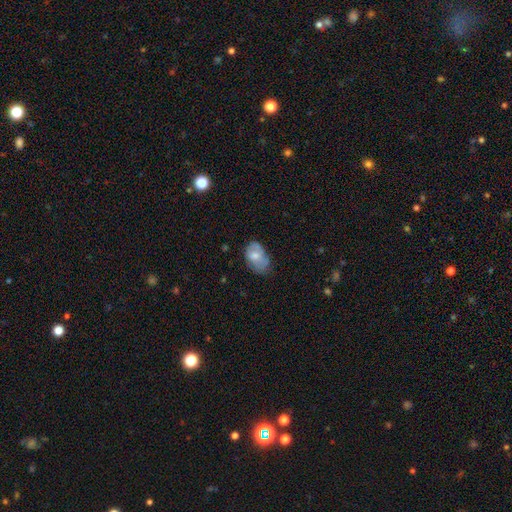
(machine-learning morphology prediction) A smooth galaxy with no disk features (65%) that is in between round and cigar-shaped (87%). Merging: none (46%).